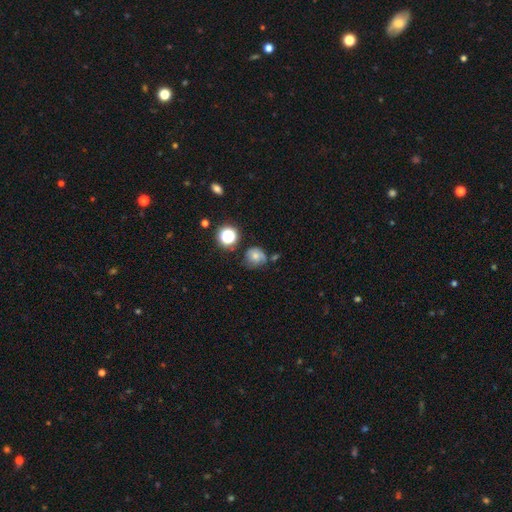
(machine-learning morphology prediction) Smooth or featured: smooth — 60% (featured or disk — 24%)
How rounded: round — 84% (in between — 15%)
Merging: none — 55% (minor disturbance — 26%)